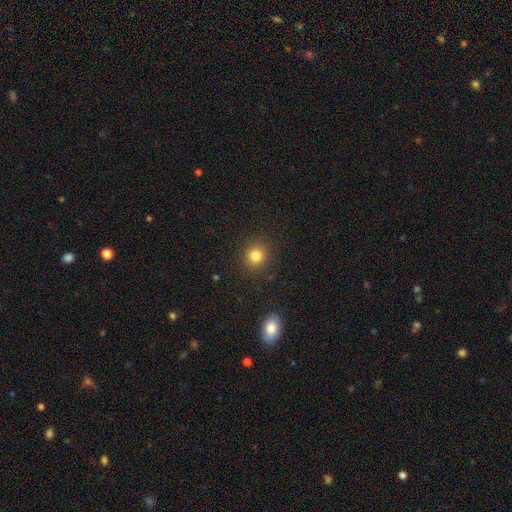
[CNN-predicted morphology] Overall: smooth (82%). How rounded: round (90%). Merging: none (90%).